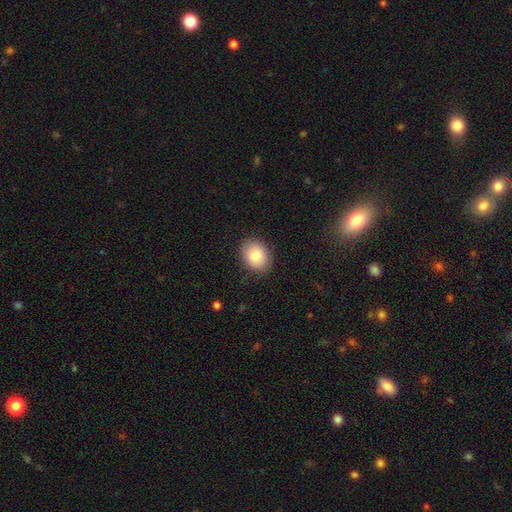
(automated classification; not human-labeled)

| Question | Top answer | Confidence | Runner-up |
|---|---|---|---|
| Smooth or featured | smooth | 83% | featured or disk (9%) |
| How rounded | in between | 52% | round (47%) |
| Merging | none | 87% | minor disturbance (9%) |